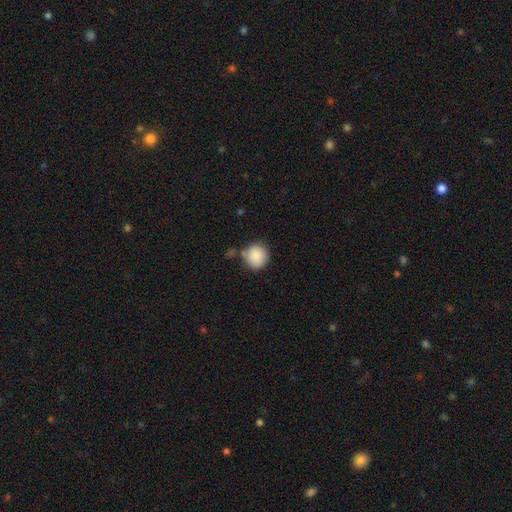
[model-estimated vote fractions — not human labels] Q: Smooth or featured?
A: smooth (86%); runner-up: star or artifact (8%)
Q: How rounded?
A: round (88%); runner-up: in between (11%)
Q: Merging?
A: none (68%); runner-up: minor disturbance (16%)